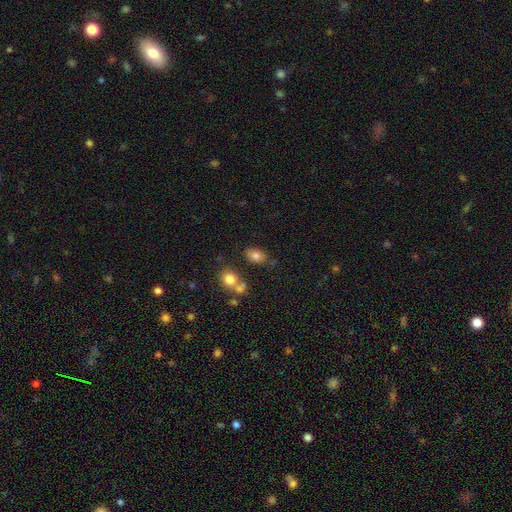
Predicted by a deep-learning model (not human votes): Smooth or featured? Predicted: smooth (p=0.79). How rounded? Predicted: in between (p=0.81). Merging? Predicted: none (p=0.72).